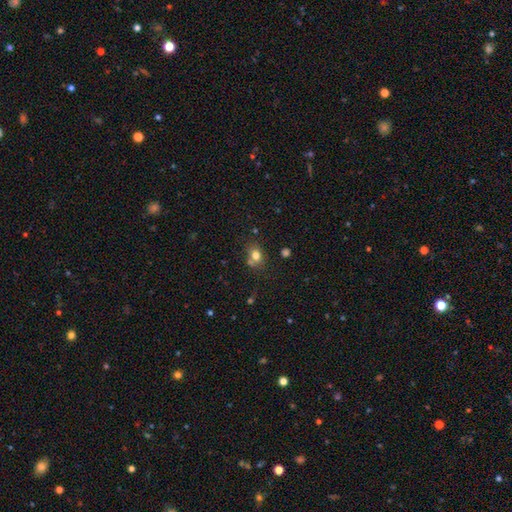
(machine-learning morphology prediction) Overall: smooth (76%). How rounded: round (53%; in between 46%). Merging: none (61%).